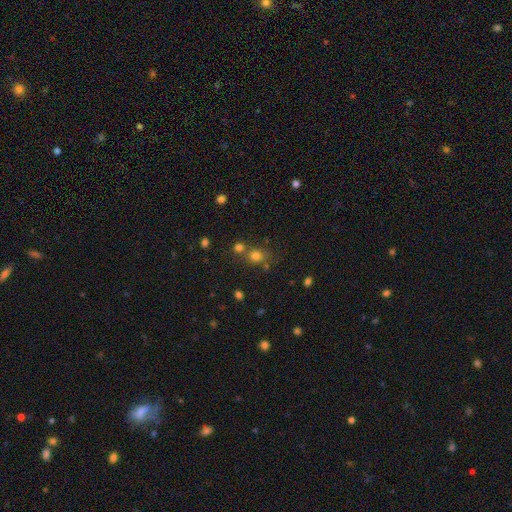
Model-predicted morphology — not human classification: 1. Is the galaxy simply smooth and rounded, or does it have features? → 73% smooth, 18% star or artifact, 9% featured or disk.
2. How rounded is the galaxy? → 75% round, 23% in between, 1% cigar-shaped.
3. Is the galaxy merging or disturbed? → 57% none, 28% merger, 10% minor disturbance, 5% major disturbance.